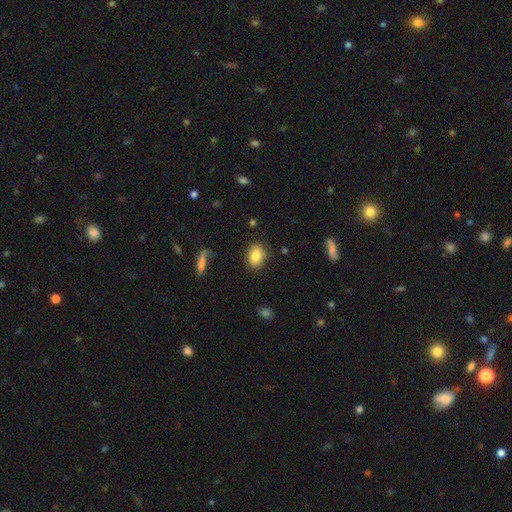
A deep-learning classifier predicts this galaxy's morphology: smooth 83%, featured or disk 8%, star or artifact 8%. Down the decision tree: how rounded — in between (73%); merging — none (84%).